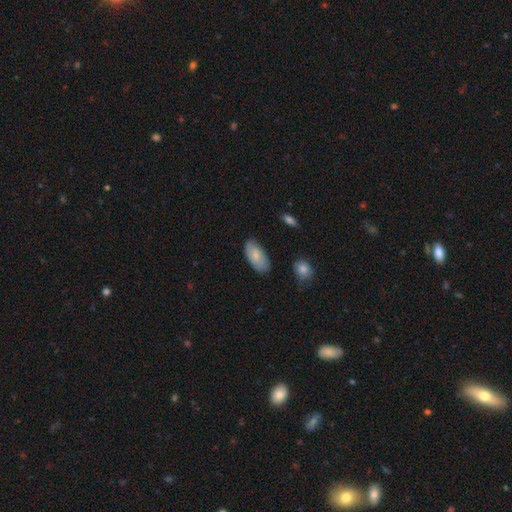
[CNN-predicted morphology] A smooth galaxy with no disk features (74%) that is in between round and cigar-shaped (93%). Merging: none (74%).